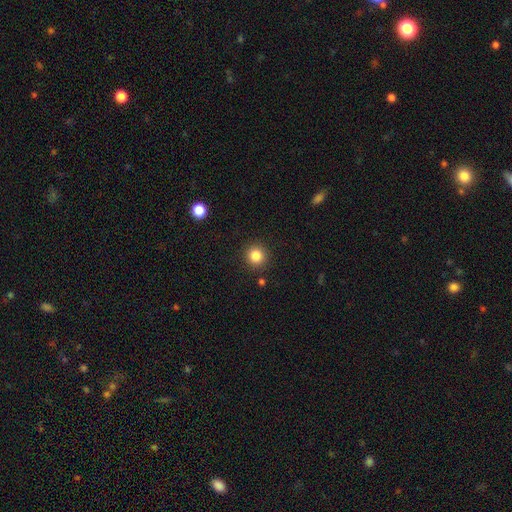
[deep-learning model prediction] smooth 84%, star or artifact 11%, featured or disk 5%. Down the decision tree: how rounded — round (93%); merging — none (90%).